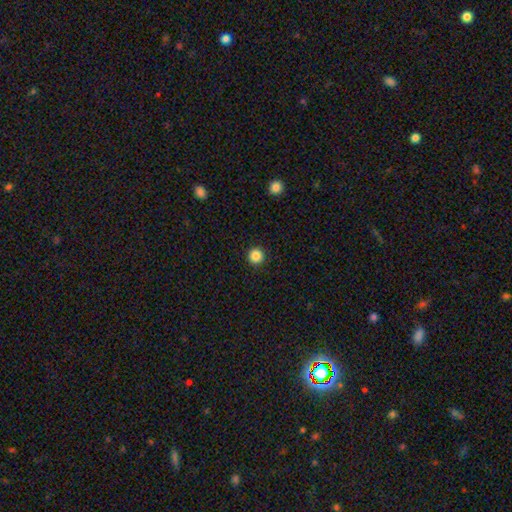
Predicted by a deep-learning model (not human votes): Morphology: type=smooth (86%); roundness=round (96%); merging=none (93%).